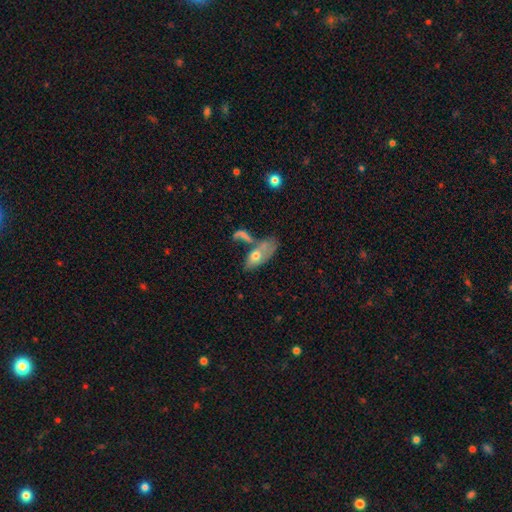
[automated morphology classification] Smooth or featured? Predicted: smooth (p=0.60). How rounded? Predicted: in between (p=0.84). Merging? Predicted: merger (p=0.46).